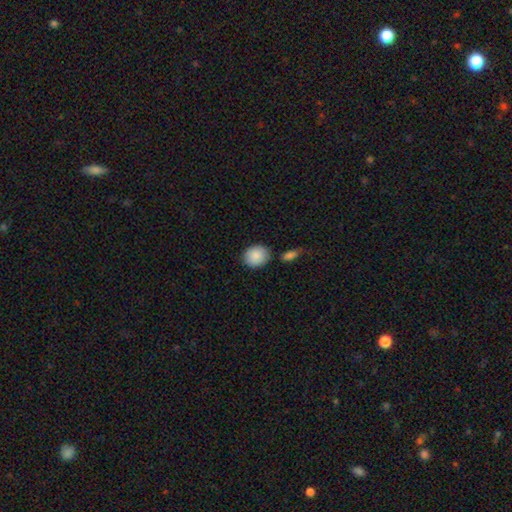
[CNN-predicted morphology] Q: Smooth or featured?
A: smooth (89%); runner-up: star or artifact (6%)
Q: How rounded?
A: round (52%); runner-up: in between (47%)
Q: Merging?
A: none (78%); runner-up: minor disturbance (12%)